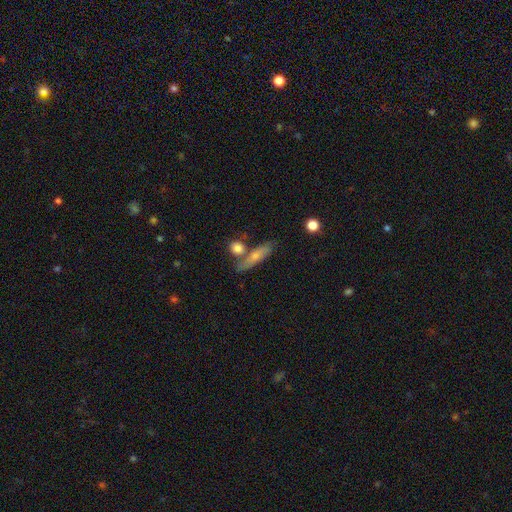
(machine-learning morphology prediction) Smooth or featured? Predicted: smooth (p=0.64). How rounded? Predicted: cigar-shaped (p=0.61). Merging? Predicted: none (p=0.57).